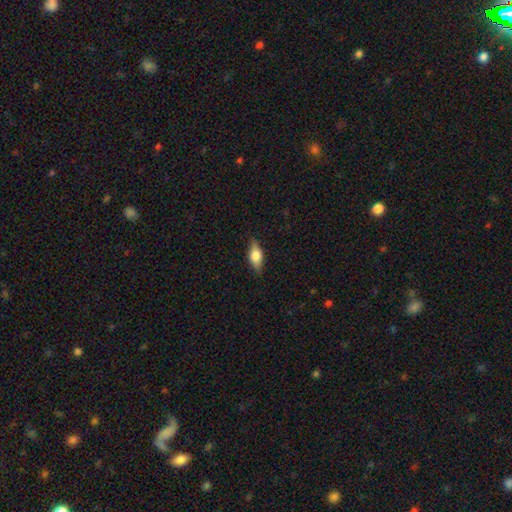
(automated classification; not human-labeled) smooth-or-featured: smooth: 65% | featured or disk: 28% | star or artifact: 7%
  how-rounded: in between: 79% | cigar-shaped: 15% | round: 5%
  merging: none: 84% | minor disturbance: 13% | major disturbance: 3% | merger: 1%